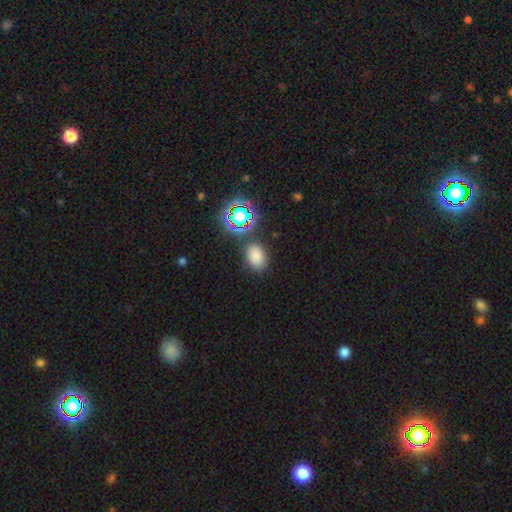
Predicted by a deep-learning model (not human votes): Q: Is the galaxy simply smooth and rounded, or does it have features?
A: smooth — 76%.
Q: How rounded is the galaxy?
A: in between — 78%.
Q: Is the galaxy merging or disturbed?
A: none — 81%.